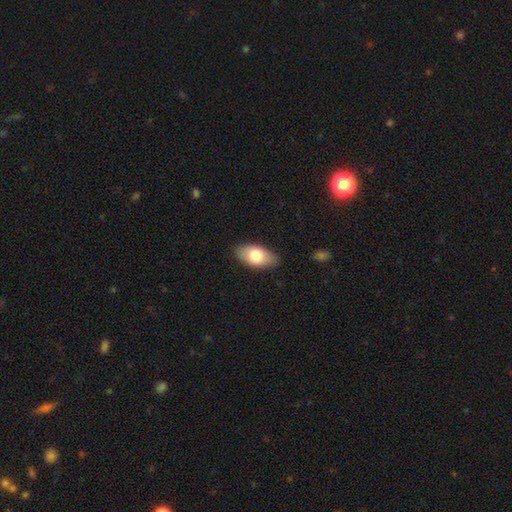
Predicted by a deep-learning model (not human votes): Smooth or featured? smooth (75%)
How rounded? in between (93%)
Merging? none (86%)